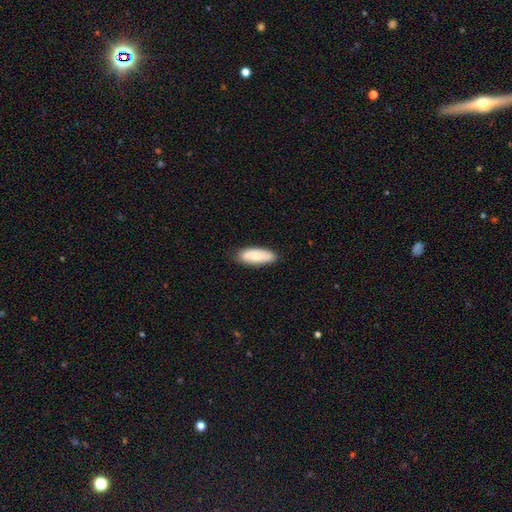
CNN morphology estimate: The model was most divided on "how rounded": in between: 73%, cigar-shaped: 25%, round: 2%. More confident: merging — none (82%); smooth or featured — smooth (78%).